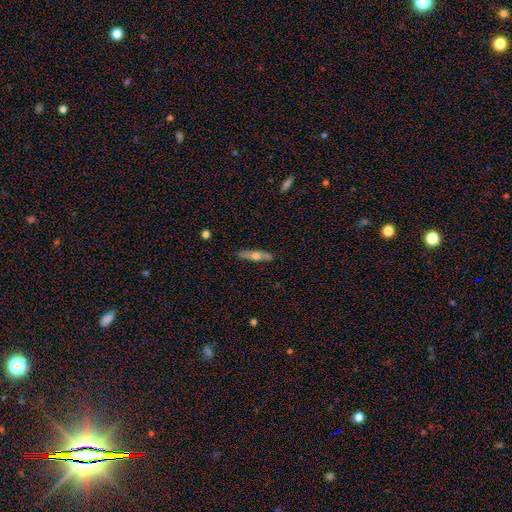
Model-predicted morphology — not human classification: Smooth or featured? smooth (50%)
Merging? none (87%)